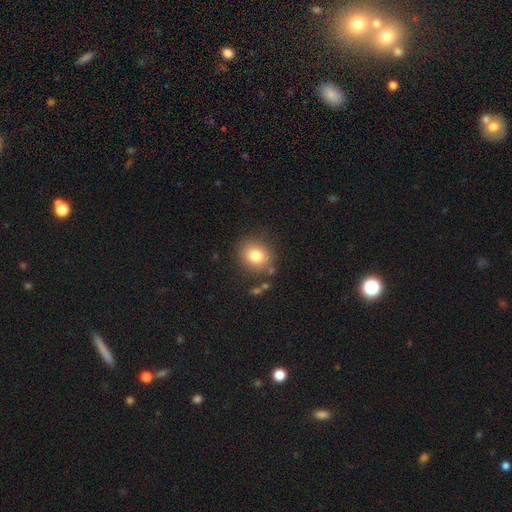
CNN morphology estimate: Smooth or featured?
  - smooth: 80% *
  - star or artifact: 11%
  - featured or disk: 9%
How rounded?
  - round: 76% *
  - in between: 23%
  - cigar-shaped: 1%
Merging?
  - none: 83% *
  - minor disturbance: 10%
  - merger: 4%
  - major disturbance: 3%